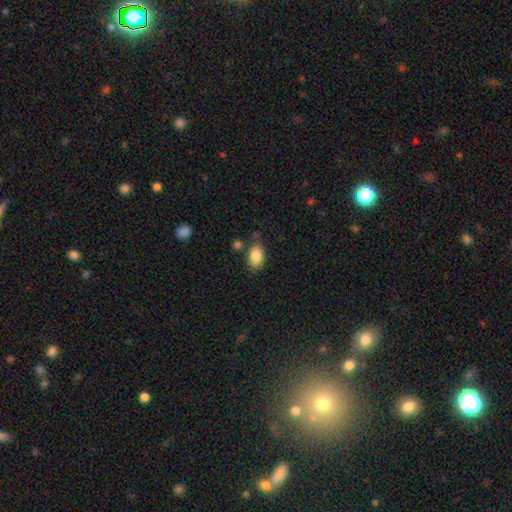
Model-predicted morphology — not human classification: smooth-or-featured: smooth: 86% | star or artifact: 7% | featured or disk: 7%
  how-rounded: in between: 89% | round: 9% | cigar-shaped: 1%
  merging: none: 74% | minor disturbance: 15% | merger: 7% | major disturbance: 4%